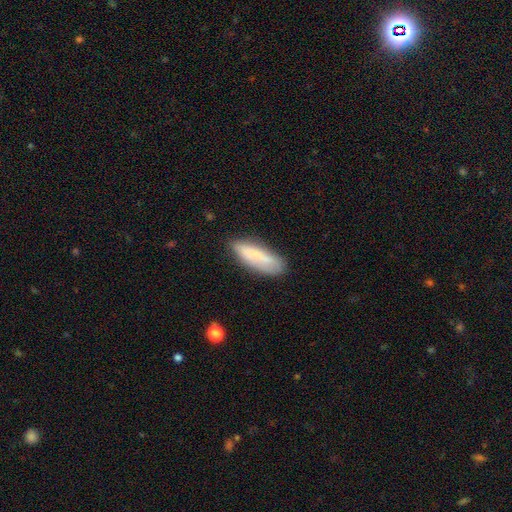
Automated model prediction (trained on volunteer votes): This appears to be a smooth galaxy with no disk features (73%) that is in between round and cigar-shaped (56%). Merging: none (72%).